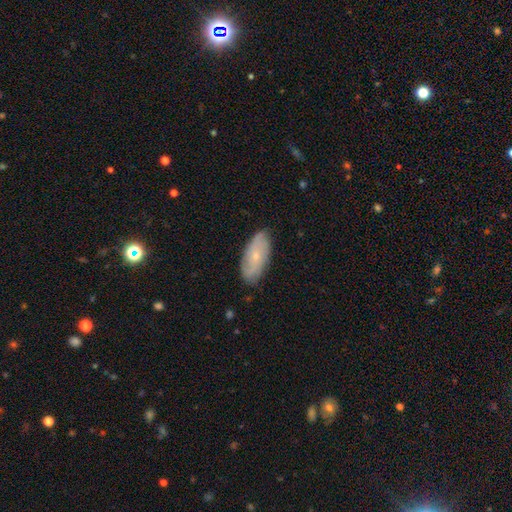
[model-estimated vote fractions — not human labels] Smooth or featured: featured or disk — 47% (smooth — 46%)
Merging: none — 82% (minor disturbance — 14%)